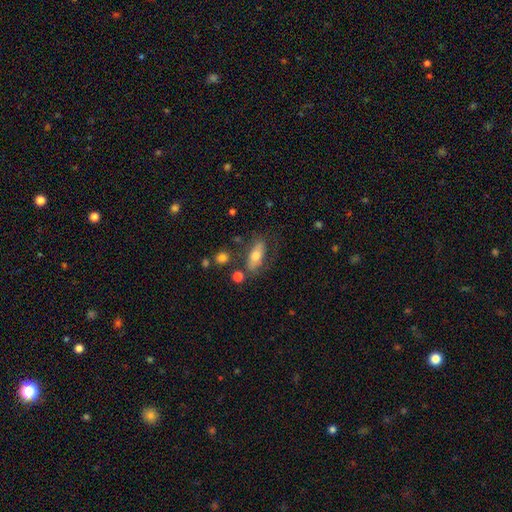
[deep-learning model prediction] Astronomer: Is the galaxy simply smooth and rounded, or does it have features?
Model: smooth — 62%.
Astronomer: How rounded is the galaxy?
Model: in between — 72%.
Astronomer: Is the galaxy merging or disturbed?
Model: none — 64%.